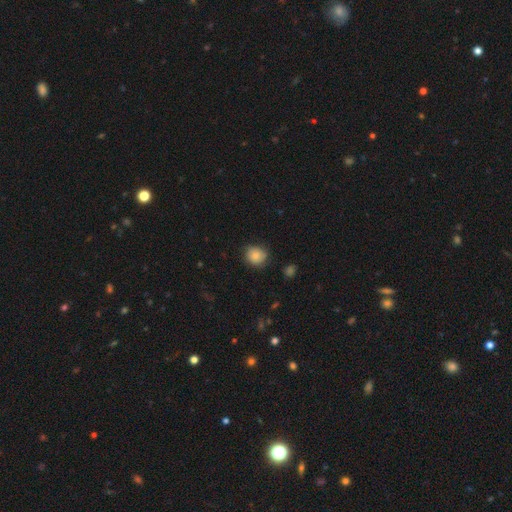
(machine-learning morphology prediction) Smooth or featured? Predicted: smooth (p=0.80). How rounded? Predicted: round (p=0.80). Merging? Predicted: none (p=0.73).